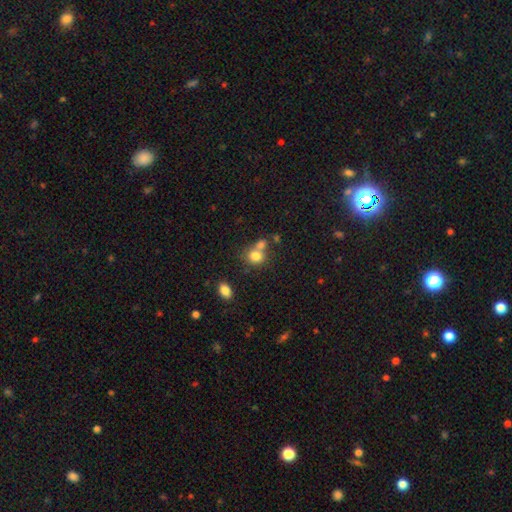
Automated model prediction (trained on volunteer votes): Smooth or featured: smooth — 79% (star or artifact — 11%)
How rounded: round — 70% (in between — 29%)
Merging: none — 45% (merger — 43%)